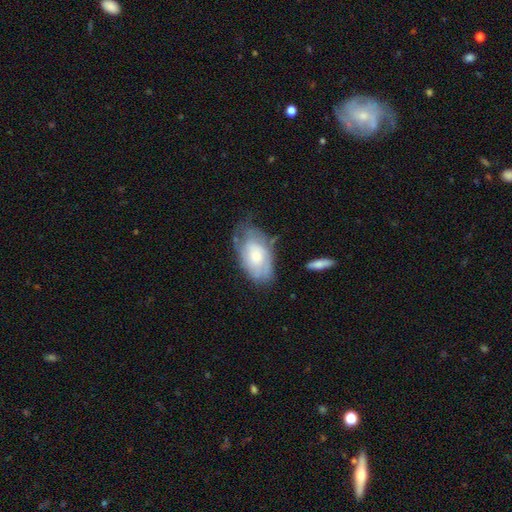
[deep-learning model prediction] A featured or disk galaxy (51%).

Vote fractions:
- Smooth or featured? featured or disk: 51% / smooth: 42% / star or artifact: 7%
- Edge-on disk? no: 93% / yes: 7%
- Merging? none: 56% / minor disturbance: 30% / major disturbance: 11% / merger: 3%